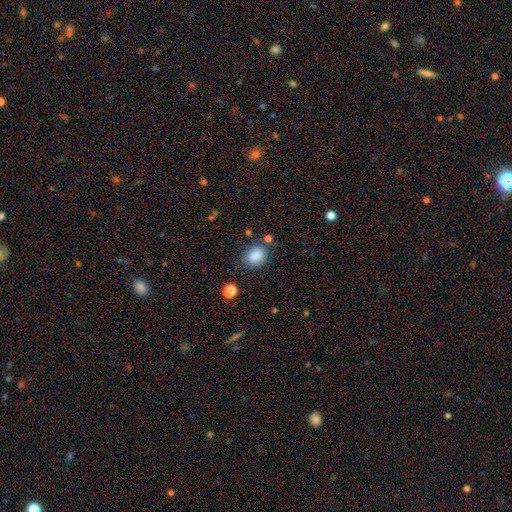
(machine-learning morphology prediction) smooth 85%, star or artifact 10%, featured or disk 5%. Down the decision tree: how rounded — in between (50%); merging — none (75%).